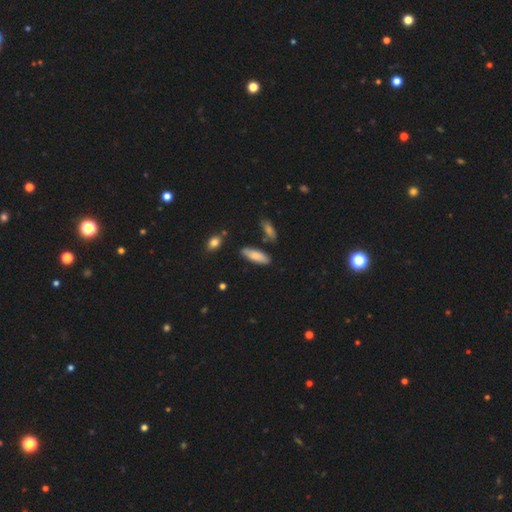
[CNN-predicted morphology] Smooth or featured? smooth (78%)
How rounded? in between (59%)
Merging? none (78%)